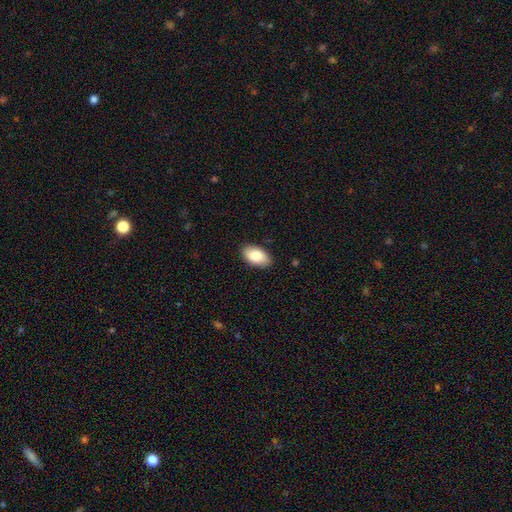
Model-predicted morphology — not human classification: Overall: smooth (84%). How rounded: in between (95%). Merging: none (88%).